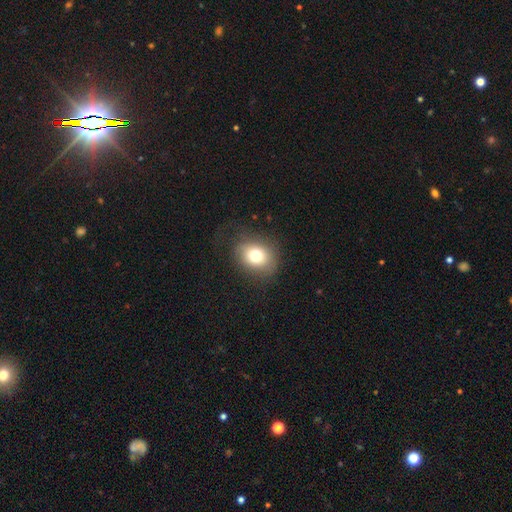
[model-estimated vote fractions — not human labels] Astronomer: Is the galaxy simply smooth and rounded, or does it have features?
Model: smooth — 75%.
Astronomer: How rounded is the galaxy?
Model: round — 54% (runner-up: in between, 45%).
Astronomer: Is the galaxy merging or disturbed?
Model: none — 75%.